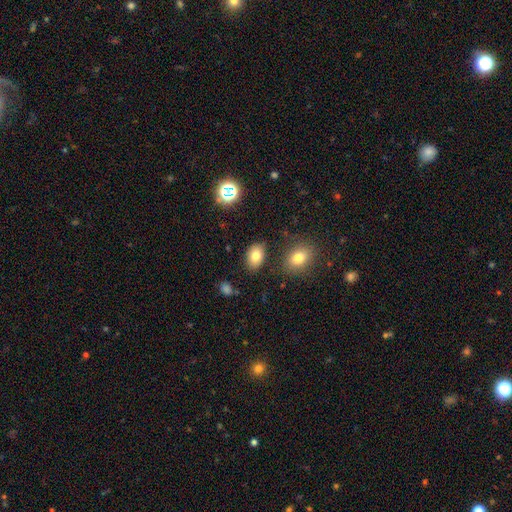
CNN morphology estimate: smooth 80%, star or artifact 11%, featured or disk 10%. Down the decision tree: how rounded — in between (83%); merging — none (84%).